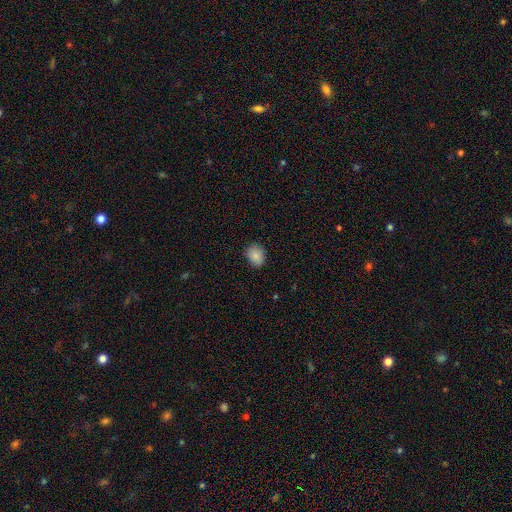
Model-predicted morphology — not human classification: This is clearly a smooth galaxy (87%). How rounded: possibly in between (52%). Merging: clearly none (84%).